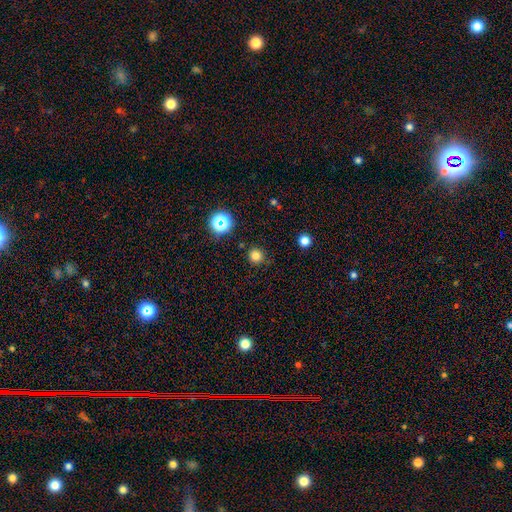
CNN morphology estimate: Smooth or featured? Predicted: smooth (p=0.77). How rounded? Predicted: round (p=0.94). Merging? Predicted: none (p=0.88).